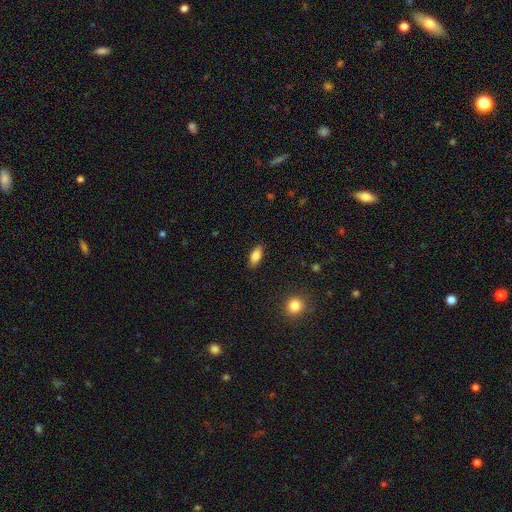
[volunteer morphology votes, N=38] Smooth or featured: smooth — 87% (featured or disk — 11%)
How rounded: in between — 79% (cigar-shaped — 18%)
Merging: none — 89% (minor disturbance — 5%)